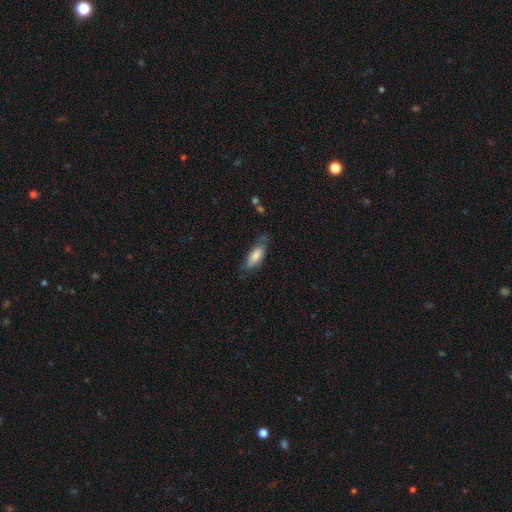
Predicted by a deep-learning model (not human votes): smooth_or_featured: smooth (p=0.75) [alt: featured or disk p=0.19]
how_rounded: in between (p=0.73) [alt: cigar-shaped p=0.25]
merging: none (p=0.58) [alt: minor disturbance p=0.30]